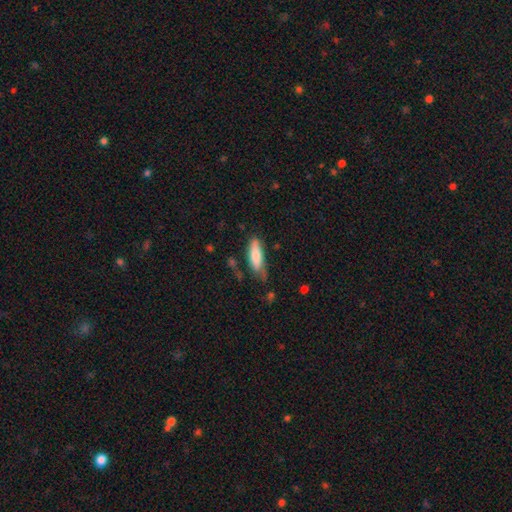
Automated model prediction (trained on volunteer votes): A smooth galaxy with no disk features (77%) that is in between round and cigar-shaped (51%). Merging: none (57%).